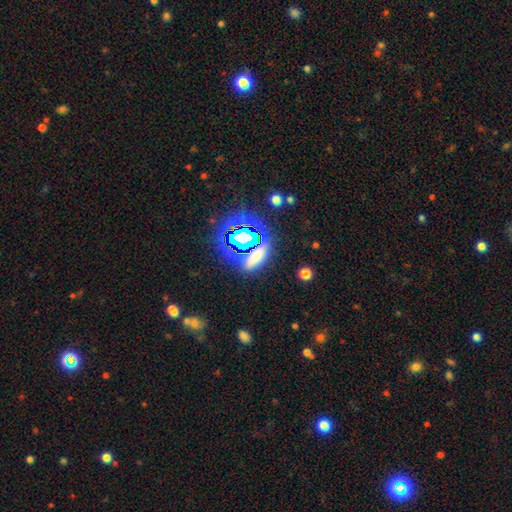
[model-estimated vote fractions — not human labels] A smooth galaxy with no disk features (45%).

Vote fractions:
- Smooth or featured? smooth: 45% / star or artifact: 44% / featured or disk: 11%
- Merging? none: 73% / minor disturbance: 13% / merger: 8% / major disturbance: 6%